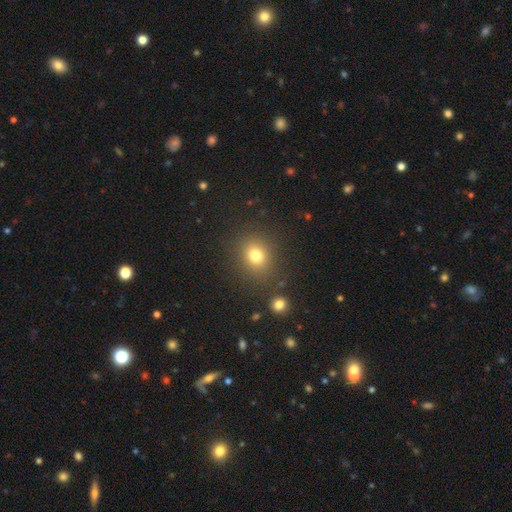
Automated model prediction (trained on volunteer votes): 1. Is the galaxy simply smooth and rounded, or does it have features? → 77% smooth, 15% star or artifact, 7% featured or disk.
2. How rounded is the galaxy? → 69% round, 30% in between, 1% cigar-shaped.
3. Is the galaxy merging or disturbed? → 84% none, 9% minor disturbance, 4% major disturbance, 3% merger.